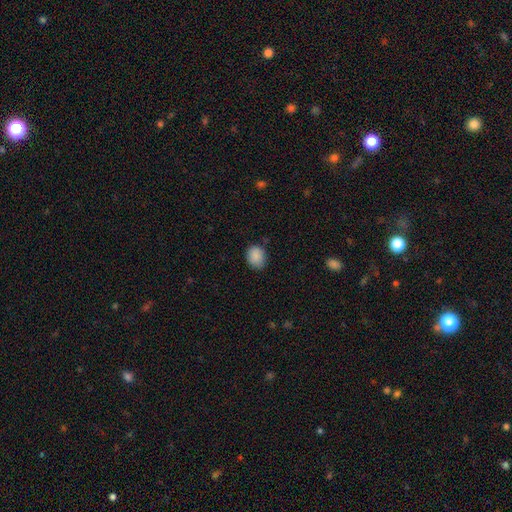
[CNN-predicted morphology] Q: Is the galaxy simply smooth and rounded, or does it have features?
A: smooth — 88%.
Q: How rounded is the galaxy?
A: round — 54%.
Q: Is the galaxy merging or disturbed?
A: none — 76%.